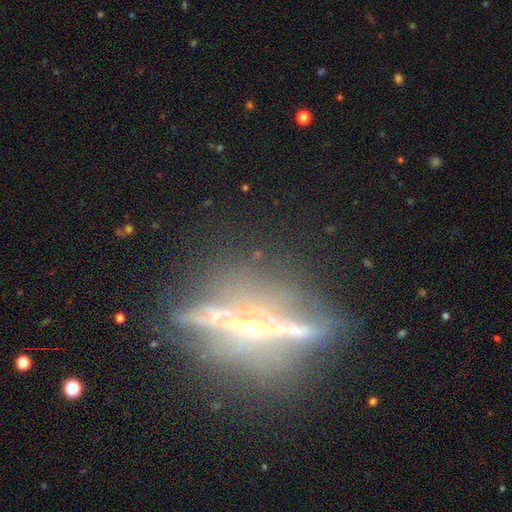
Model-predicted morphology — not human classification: The model was most divided on "edge-on bulge": rounded: 74%, none: 21%, boxy: 5%. More confident: edge-on disk — yes (91%); smooth or featured — featured or disk (79%); merging — none (75%).